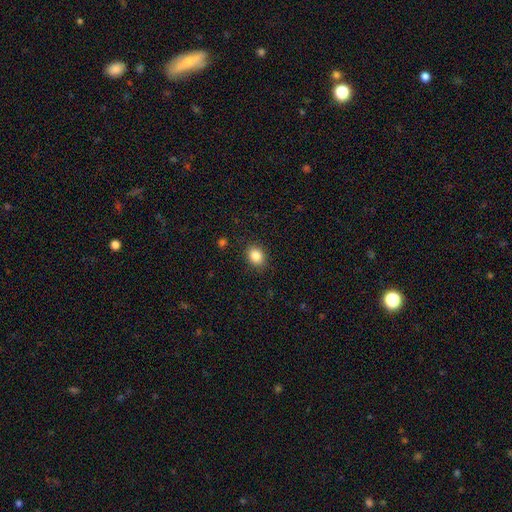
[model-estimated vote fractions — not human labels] Q: Smooth or featured?
A: smooth (85%); runner-up: star or artifact (10%)
Q: How rounded?
A: in between (55%); runner-up: round (44%)
Q: Merging?
A: none (87%); runner-up: minor disturbance (9%)